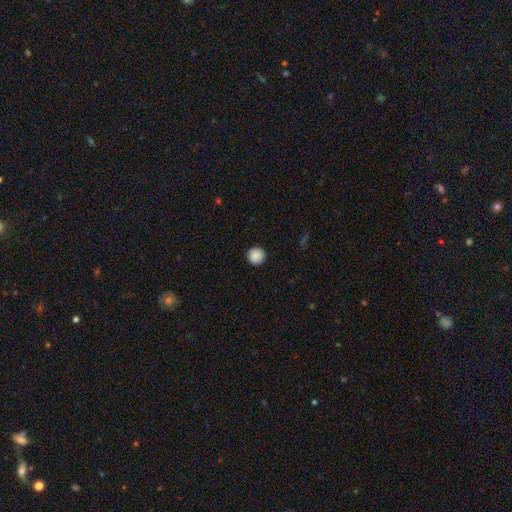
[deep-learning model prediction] Smooth or featured: smooth — 89% (star or artifact — 9%)
How rounded: round — 95% (in between — 4%)
Merging: none — 92% (minor disturbance — 5%)